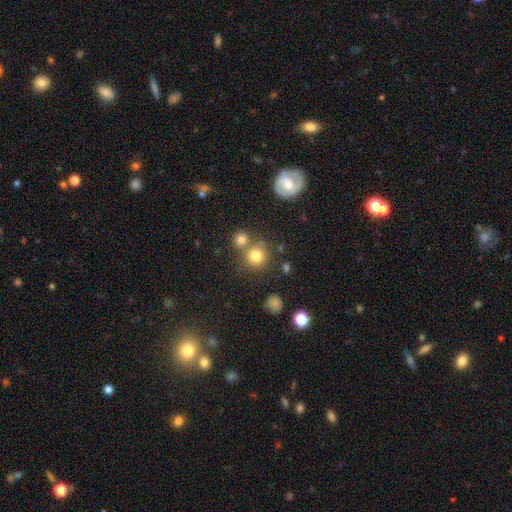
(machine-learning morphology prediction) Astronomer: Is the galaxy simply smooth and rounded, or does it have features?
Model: smooth — 78%.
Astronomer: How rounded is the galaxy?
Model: round — 89%.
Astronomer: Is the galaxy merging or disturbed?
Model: none — 64%.